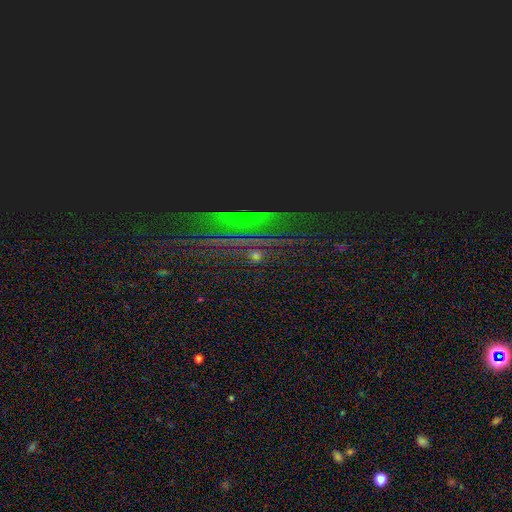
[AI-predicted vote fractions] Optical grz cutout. It shows a star or artifact, not a galaxy (76%).